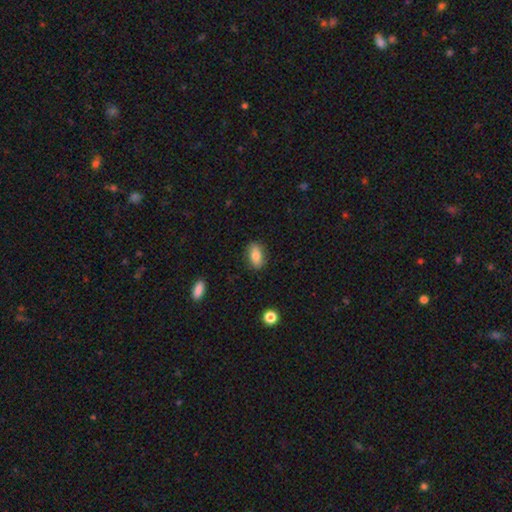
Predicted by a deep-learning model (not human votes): Smooth or featured? smooth (80%)
How rounded? in between (86%)
Merging? none (86%)